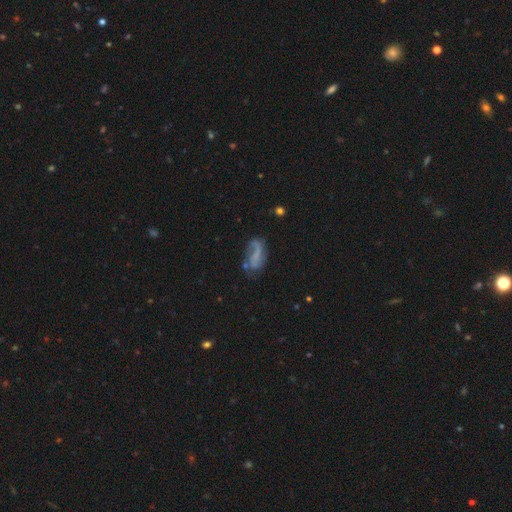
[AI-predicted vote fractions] Morphology: type=featured or disk (59%); edge-on=no (95%); bar=no (52%); spiral arms=yes (72%); bulge=none (71%); merging=none (44%).